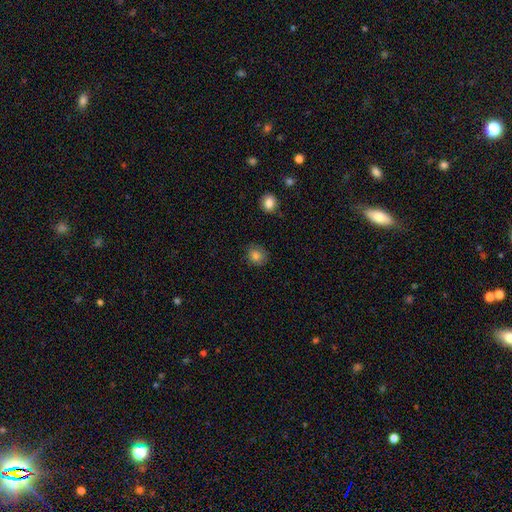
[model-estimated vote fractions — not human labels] This appears to be a smooth galaxy with no disk features (82%) that is round (81%). Merging: none (82%).